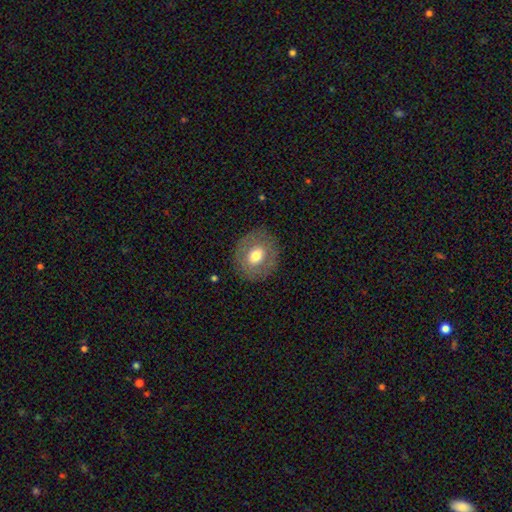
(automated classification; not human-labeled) Smooth or featured? Predicted: smooth (p=0.59). How rounded? Predicted: round (p=0.75). Merging? Predicted: none (p=0.83).